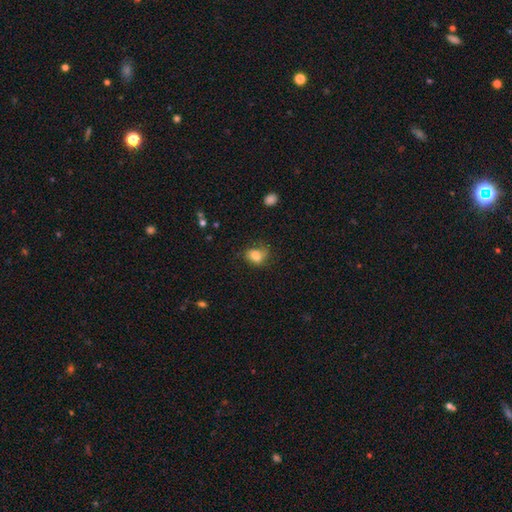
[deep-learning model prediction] A smooth galaxy with no disk features (79%) that is in between round and cigar-shaped (59%).

Vote fractions:
- Smooth or featured? smooth: 79% / featured or disk: 11% / star or artifact: 10%
- How rounded? in between: 59% / round: 39% / cigar-shaped: 1%
- Merging? none: 52% / minor disturbance: 31% / major disturbance: 15% / merger: 2%